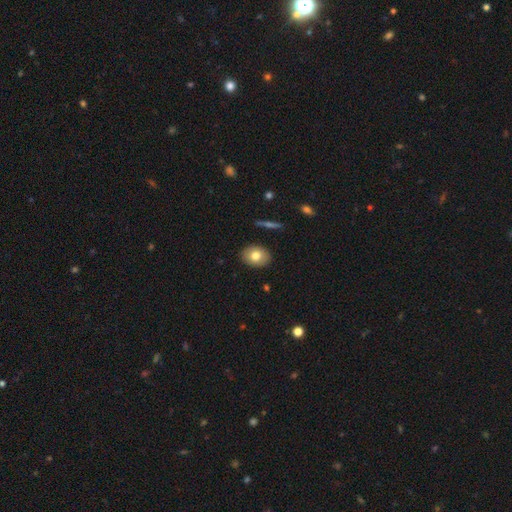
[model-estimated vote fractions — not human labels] A smooth galaxy with no disk features (76%) that is in between round and cigar-shaped (67%). Merging: none (89%).